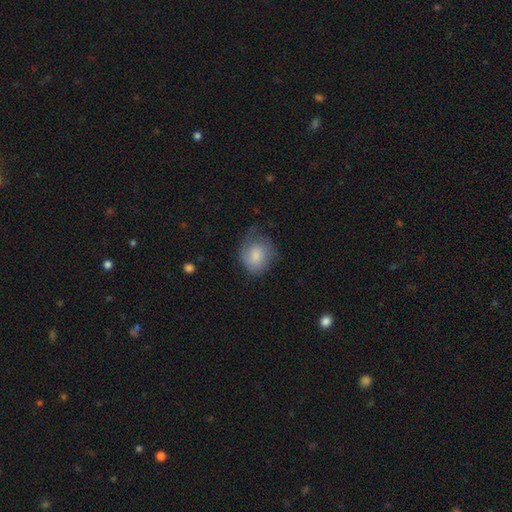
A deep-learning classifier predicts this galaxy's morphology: smooth_or_featured: smooth (p=0.70) [alt: featured or disk p=0.23]
how_rounded: round (p=0.64) [alt: in between p=0.35]
merging: none (p=0.42) [alt: minor disturbance p=0.34]